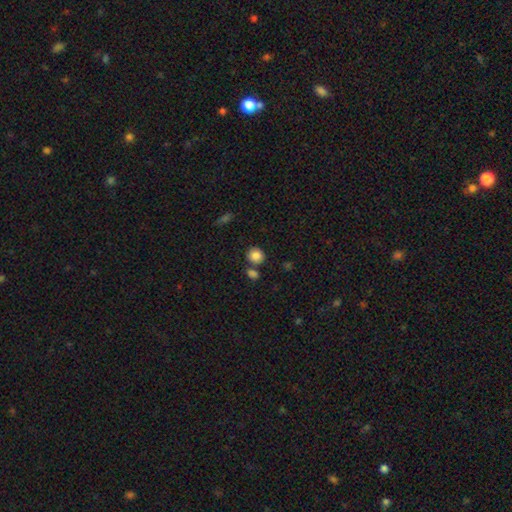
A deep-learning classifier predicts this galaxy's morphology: type=smooth (86%); roundness=round (81%); merging=none (71%).